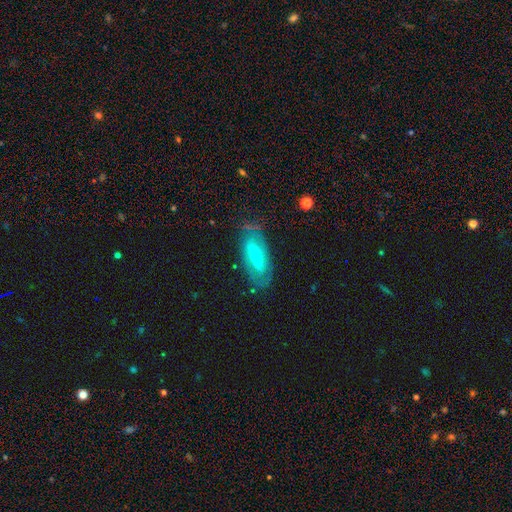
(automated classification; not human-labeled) A featured or disk galaxy (60%).

Vote fractions:
- Smooth or featured? featured or disk: 60% / smooth: 33% / star or artifact: 7%
- Edge-on disk? no: 81% / yes: 19%
- Merging? none: 70% / minor disturbance: 19% / major disturbance: 9% / merger: 2%